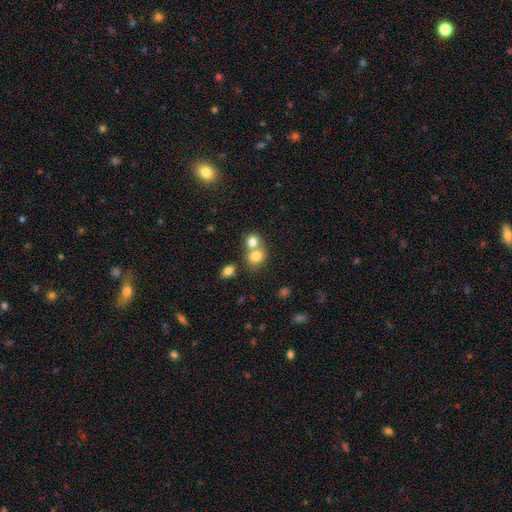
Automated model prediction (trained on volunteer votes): Smooth or featured: smooth — 79% (star or artifact — 11%)
How rounded: round — 69% (in between — 30%)
Merging: merger — 52% (none — 38%)